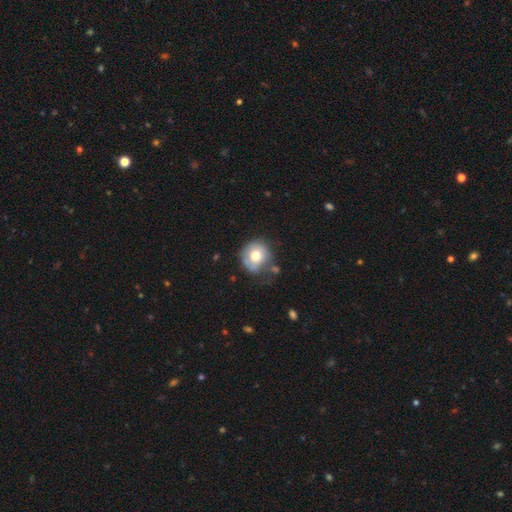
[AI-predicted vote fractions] The model was most divided on "merging": none: 54%, minor disturbance: 28%, major disturbance: 11%, merger: 6%. More confident: how rounded — round (80%); smooth or featured — smooth (70%).